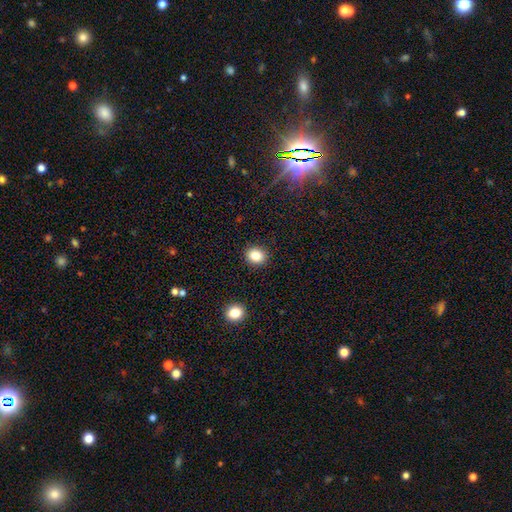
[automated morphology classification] The model was most divided on "how rounded": round: 70%, in between: 29%, cigar-shaped: 1%. More confident: merging — none (90%); smooth or featured — smooth (84%).